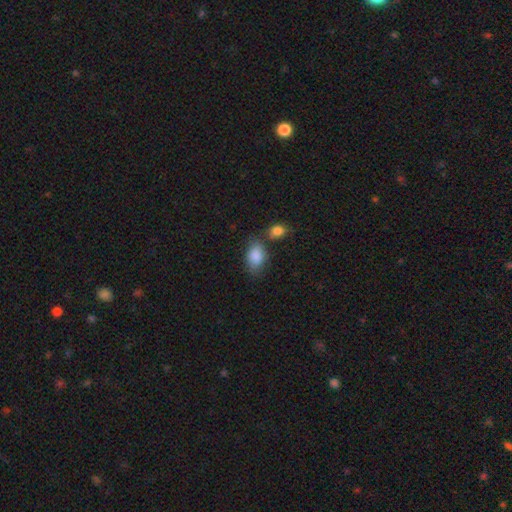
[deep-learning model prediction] This is clearly a smooth galaxy (86%). How rounded: clearly in between (88%). Merging: possibly none (57%).